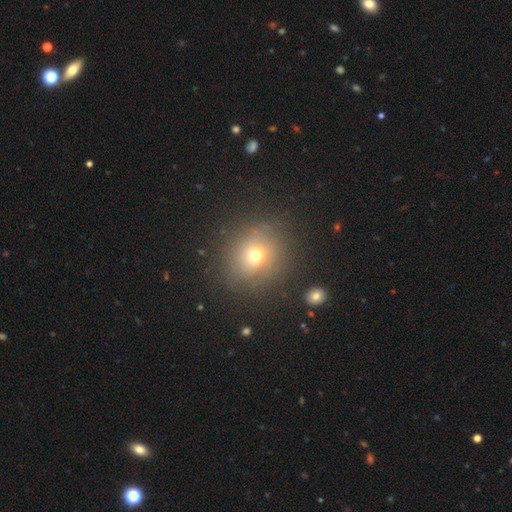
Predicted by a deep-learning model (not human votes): Overall: smooth (66%). How rounded: round (79%). Merging: none (80%).